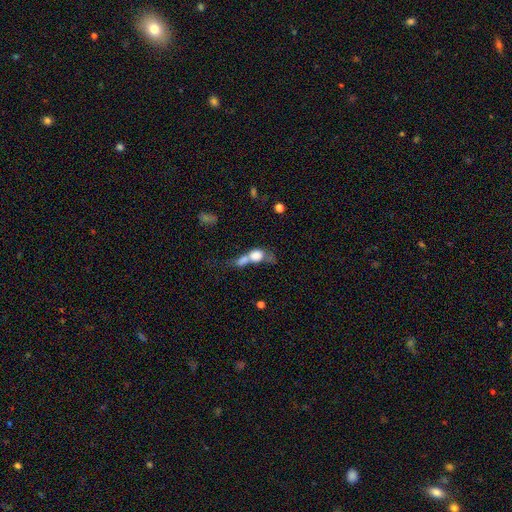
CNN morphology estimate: Q: Smooth or featured?
A: smooth (68%); runner-up: featured or disk (21%)
Q: How rounded?
A: round (47%); runner-up: in between (44%)
Q: Merging?
A: merger (65%); runner-up: none (15%)